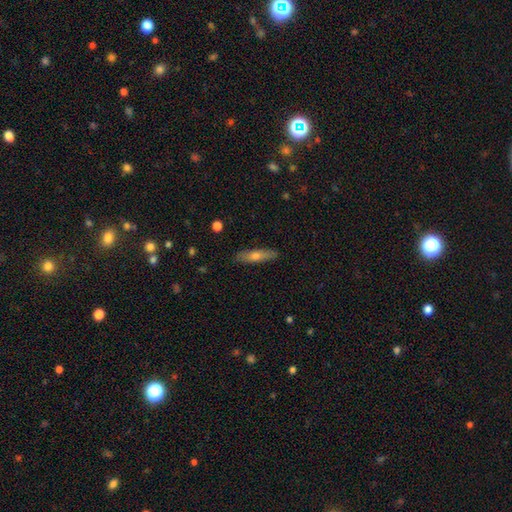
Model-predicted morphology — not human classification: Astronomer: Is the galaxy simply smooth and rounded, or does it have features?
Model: smooth — 58% (runner-up: featured or disk, 35%).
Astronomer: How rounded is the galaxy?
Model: cigar-shaped — 78%.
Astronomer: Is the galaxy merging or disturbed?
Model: none — 88%.